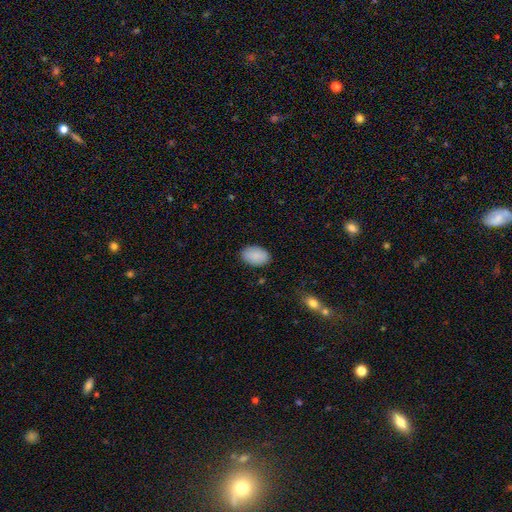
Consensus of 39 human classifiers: Q: Smooth or featured?
A: smooth (79%); runner-up: featured or disk (10%)
Q: How rounded?
A: in between (94%); runner-up: round (6%)
Q: Merging?
A: none (80%); runner-up: minor disturbance (20%)